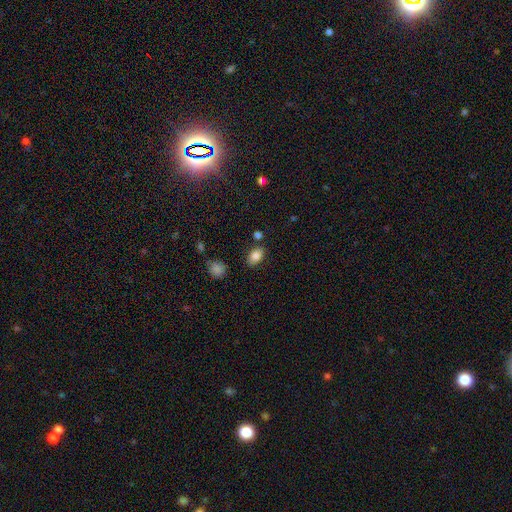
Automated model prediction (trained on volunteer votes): Overall: smooth (84%). How rounded: in between (87%). Merging: none (80%).